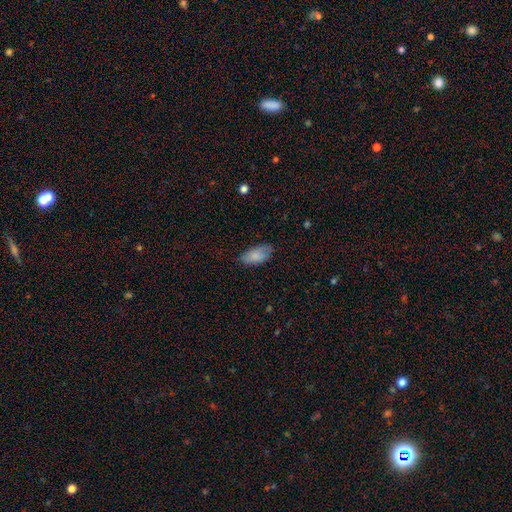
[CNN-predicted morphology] smooth 83%, featured or disk 11%, star or artifact 7%. Down the decision tree: how rounded — in between (92%); merging — none (71%).